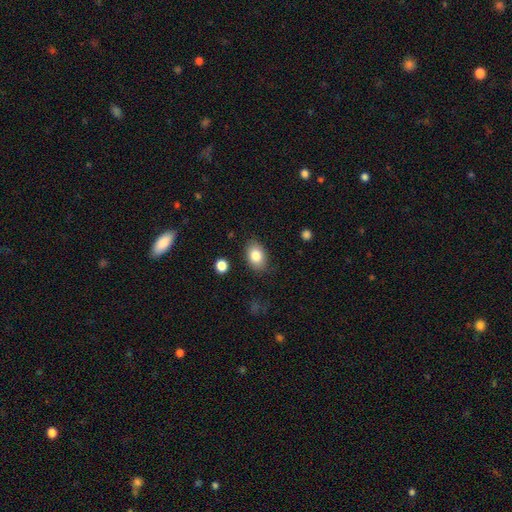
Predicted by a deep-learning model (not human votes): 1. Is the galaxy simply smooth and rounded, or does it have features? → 82% smooth, 10% featured or disk, 8% star or artifact.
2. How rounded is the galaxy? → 83% in between, 16% round, 1% cigar-shaped.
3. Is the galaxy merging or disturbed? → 84% none, 12% minor disturbance, 3% major disturbance, 2% merger.